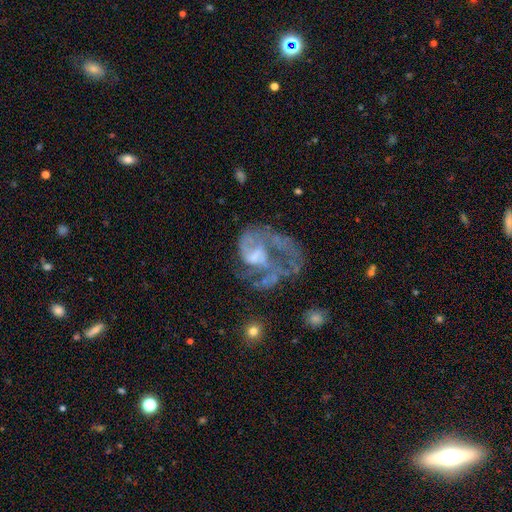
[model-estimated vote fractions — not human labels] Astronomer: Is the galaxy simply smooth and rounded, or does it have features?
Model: featured or disk — 75%.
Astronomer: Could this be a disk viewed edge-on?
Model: no — 98%.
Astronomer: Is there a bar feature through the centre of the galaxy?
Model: no — 63%.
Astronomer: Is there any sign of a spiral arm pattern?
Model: yes — 64%.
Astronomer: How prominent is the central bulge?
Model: none — 36% (runner-up: moderate, 29%).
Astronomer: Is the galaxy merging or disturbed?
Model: major disturbance — 49% (runner-up: none, 28%).